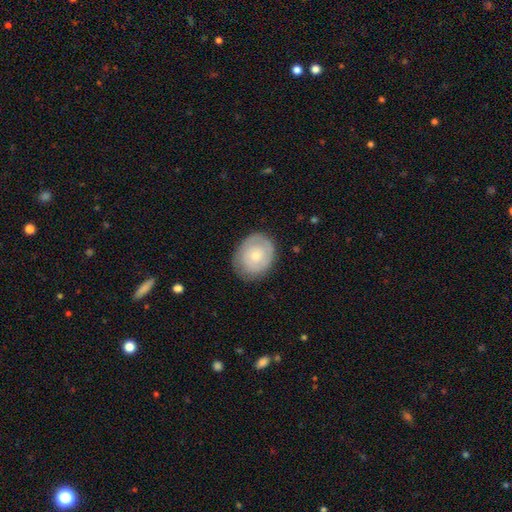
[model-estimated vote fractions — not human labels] Morphology: type=smooth (51%); roundness=round (56%); merging=none (77%).